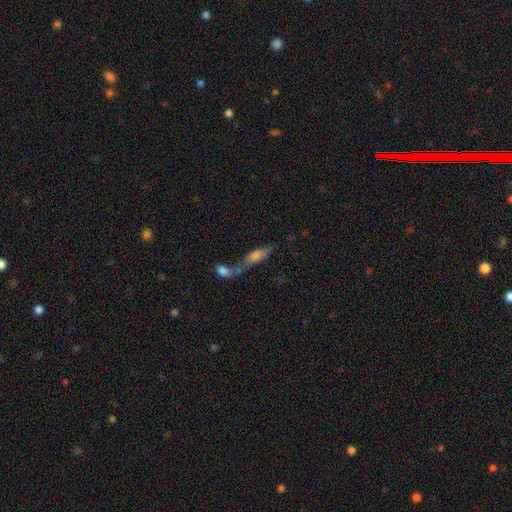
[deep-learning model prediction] Smooth or featured?
  - smooth: 67% *
  - featured or disk: 24%
  - star or artifact: 9%
How rounded?
  - in between: 53% *
  - cigar-shaped: 44%
  - round: 4%
Merging?
  - merger: 61% *
  - none: 24%
  - minor disturbance: 9%
  - major disturbance: 6%